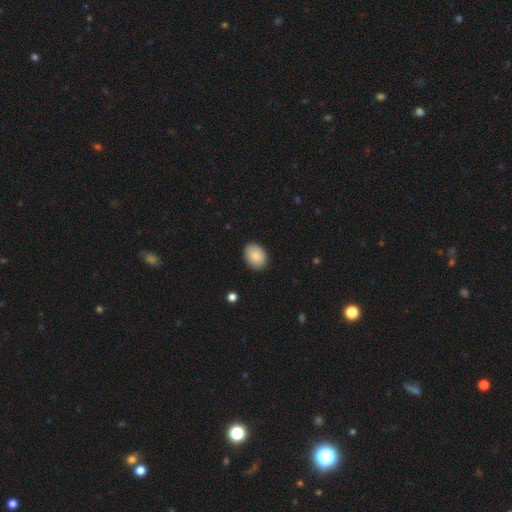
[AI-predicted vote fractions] Q: Smooth or featured?
A: smooth (88%); runner-up: star or artifact (7%)
Q: How rounded?
A: in between (72%); runner-up: round (27%)
Q: Merging?
A: none (89%); runner-up: minor disturbance (9%)